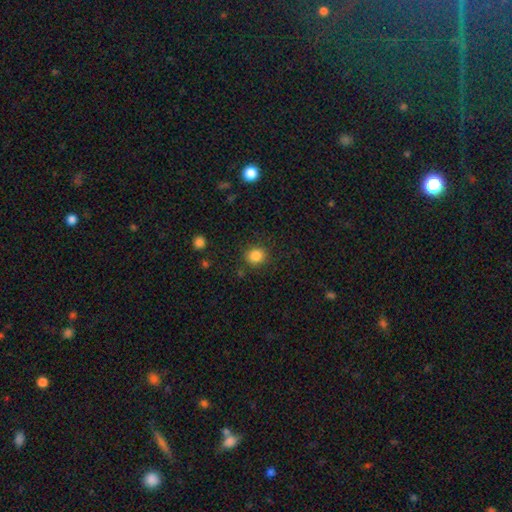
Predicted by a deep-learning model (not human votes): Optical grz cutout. It shows a smooth galaxy with no disk features (85%) that is round (81%). Merging: none (86%).